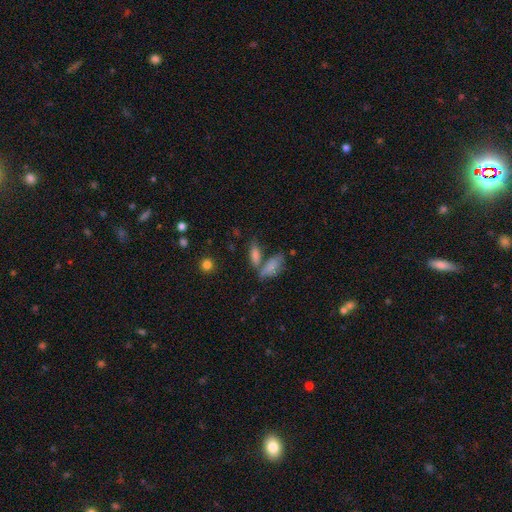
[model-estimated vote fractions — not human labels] A smooth galaxy with no disk features (64%) that is in between round and cigar-shaped (60%). Merging: none (51%).